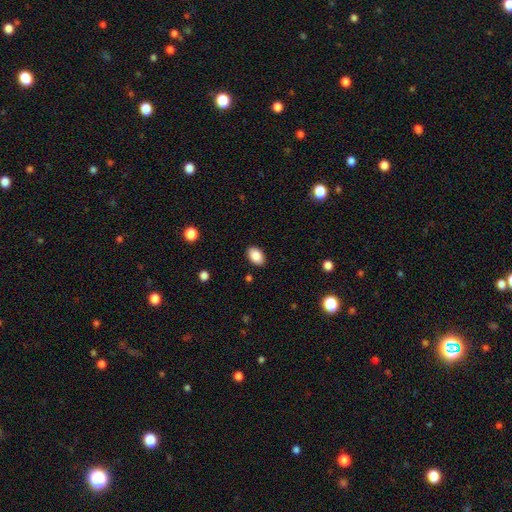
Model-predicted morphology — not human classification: Smooth or featured: smooth — 88% (star or artifact — 8%)
How rounded: in between — 87% (round — 11%)
Merging: none — 88% (minor disturbance — 9%)